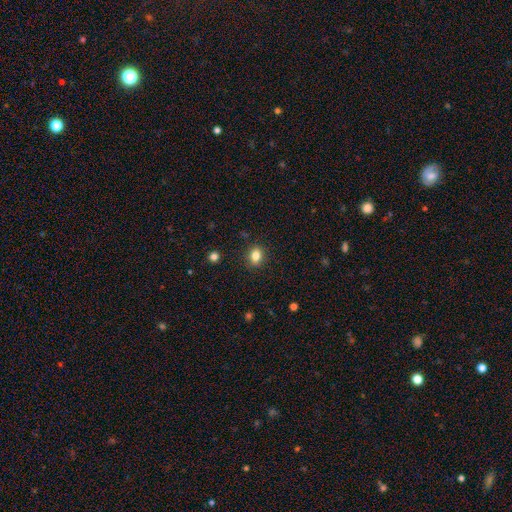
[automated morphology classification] Smooth or featured? Predicted: smooth (p=0.83). How rounded? Predicted: in between (p=0.58). Merging? Predicted: none (p=0.88).